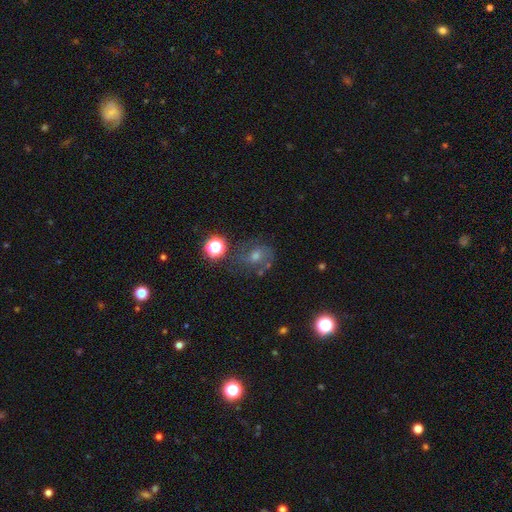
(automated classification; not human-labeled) Overall: featured or disk (43%; smooth 30%). Merging: none (65%).